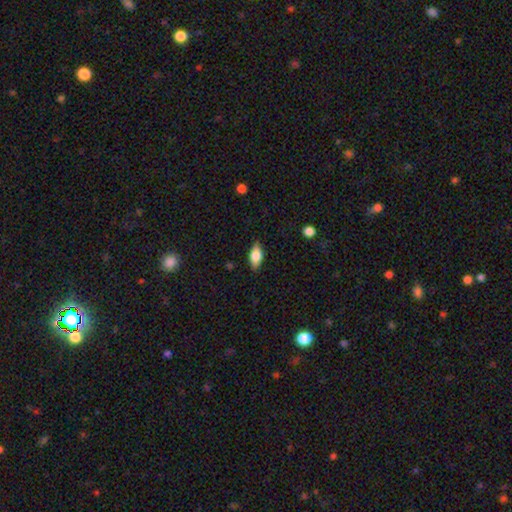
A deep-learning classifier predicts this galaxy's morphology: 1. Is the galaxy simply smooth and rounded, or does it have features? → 69% smooth, 23% featured or disk, 7% star or artifact.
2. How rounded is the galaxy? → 84% in between, 12% cigar-shaped, 4% round.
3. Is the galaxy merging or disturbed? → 85% none, 11% minor disturbance, 2% major disturbance, 1% merger.